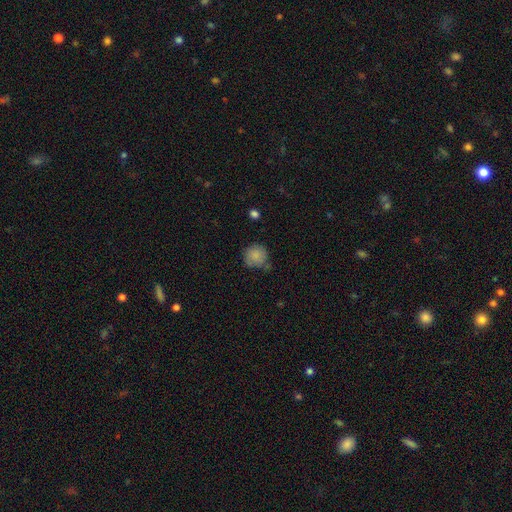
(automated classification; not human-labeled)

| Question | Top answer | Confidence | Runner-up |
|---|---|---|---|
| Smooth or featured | smooth | 84% | star or artifact (8%) |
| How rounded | round | 88% | in between (11%) |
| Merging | none | 59% | minor disturbance (29%) |